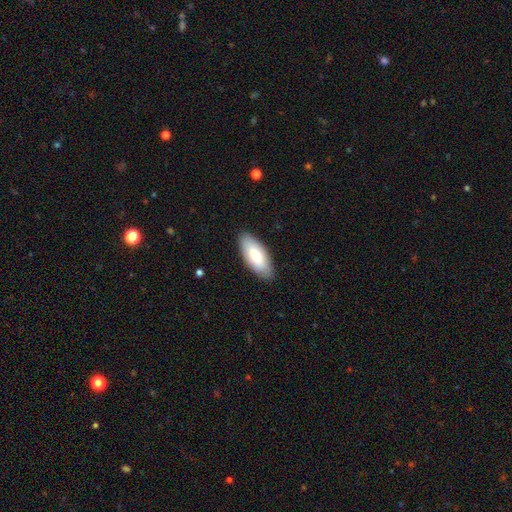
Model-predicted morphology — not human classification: type=smooth (80%); roundness=in between (85%); merging=none (88%).